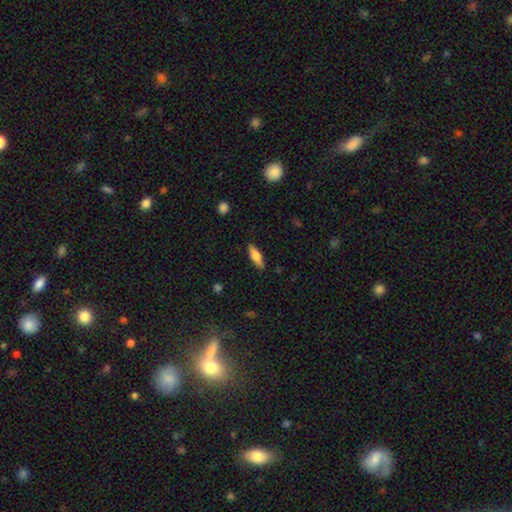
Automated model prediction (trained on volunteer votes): This is likely a smooth galaxy (62%). How rounded: possibly cigar-shaped (55%). Merging: clearly none (87%).